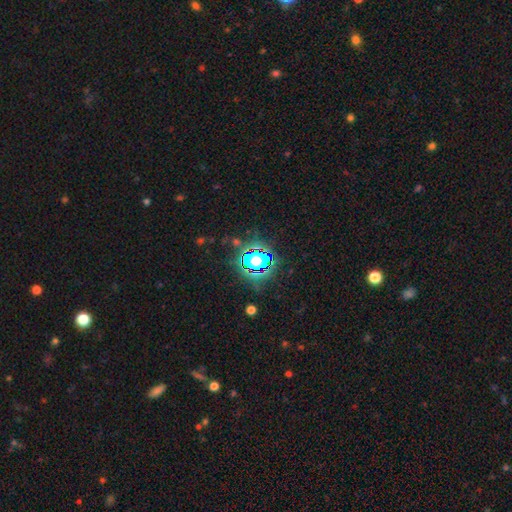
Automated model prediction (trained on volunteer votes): Morphology: type=star or artifact (80%).